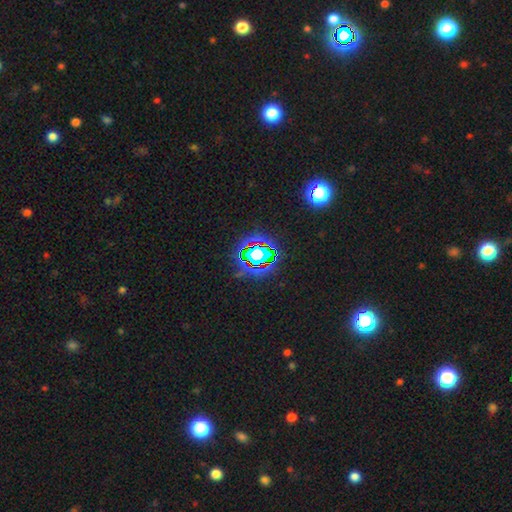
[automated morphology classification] A star or artifact, not a galaxy (76%).